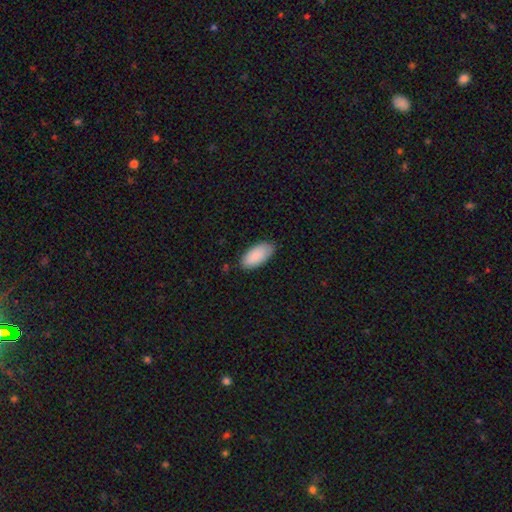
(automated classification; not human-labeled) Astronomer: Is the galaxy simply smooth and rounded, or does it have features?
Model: smooth — 87%.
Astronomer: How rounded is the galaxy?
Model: in between — 94%.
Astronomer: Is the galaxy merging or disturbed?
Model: none — 80%.